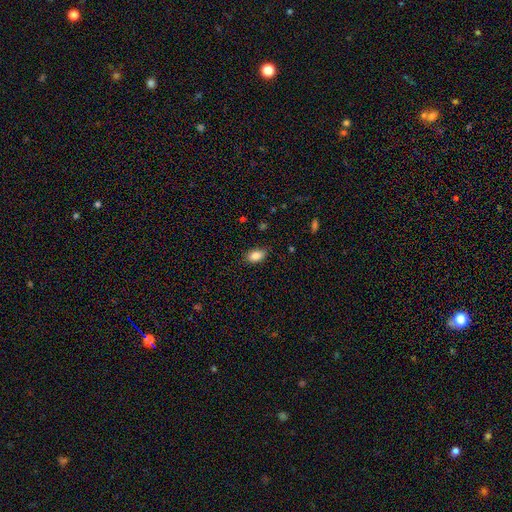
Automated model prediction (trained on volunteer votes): A smooth galaxy with no disk features (85%) that is in between round and cigar-shaped (88%). Merging: none (84%).